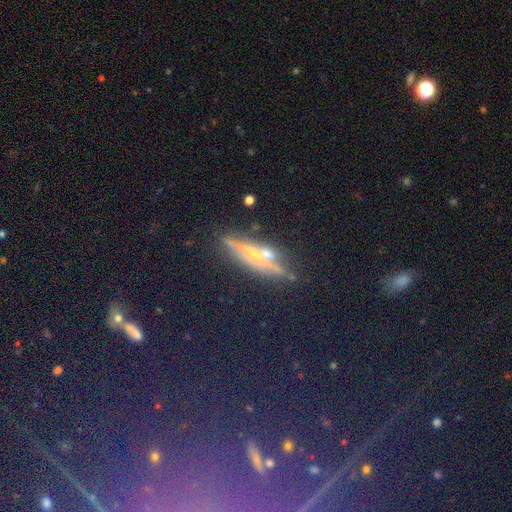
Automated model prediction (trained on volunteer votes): Smooth or featured: star or artifact — 35% (tied with featured or disk — 35%)